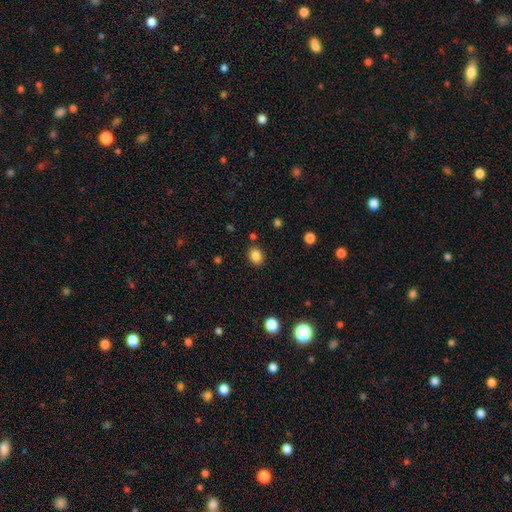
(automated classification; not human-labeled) Smooth or featured? smooth (84%)
How rounded? round (56%)
Merging? none (86%)